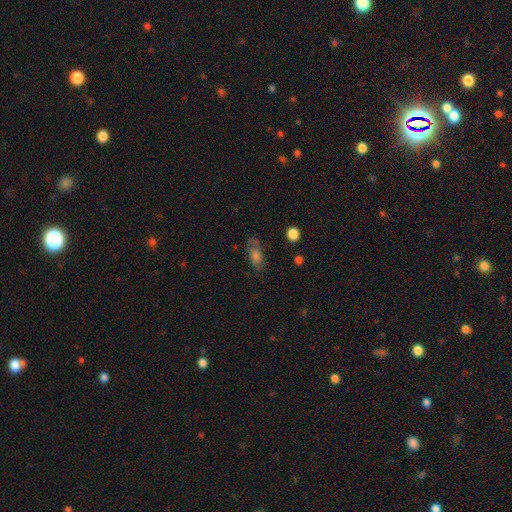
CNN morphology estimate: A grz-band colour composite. It shows a smooth galaxy with no disk features (60%) that is in between round and cigar-shaped (74%). Merging: none (70%).